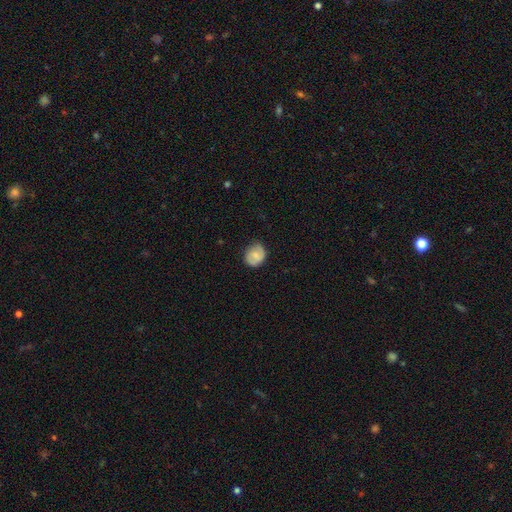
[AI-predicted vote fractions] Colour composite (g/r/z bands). It shows a smooth galaxy with no disk features (65%) that is round (65%). Merging: none (72%).